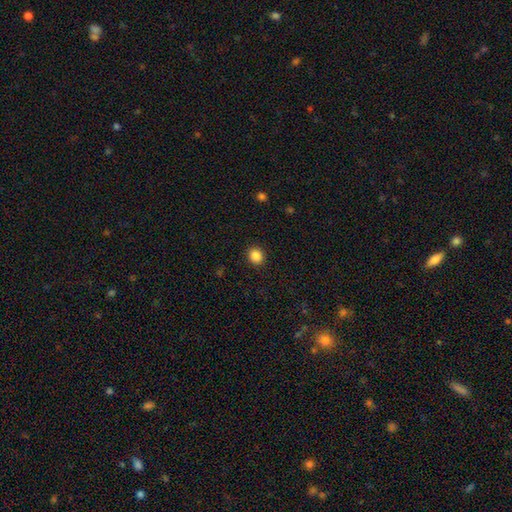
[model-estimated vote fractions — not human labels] Smooth or featured? smooth (86%)
How rounded? round (79%)
Merging? none (91%)